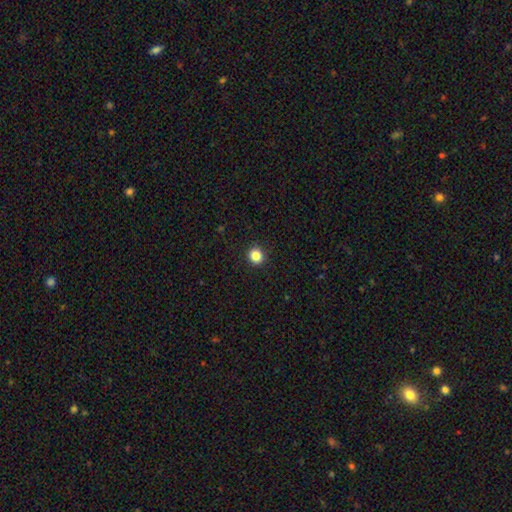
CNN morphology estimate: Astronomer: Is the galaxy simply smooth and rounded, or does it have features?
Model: smooth — 85%.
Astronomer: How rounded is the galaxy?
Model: round — 89%.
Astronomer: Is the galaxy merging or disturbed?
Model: none — 92%.